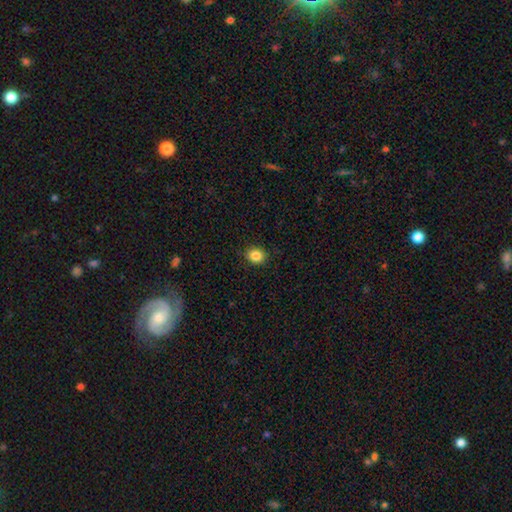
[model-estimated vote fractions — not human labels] A smooth galaxy with no disk features (85%) that is round (65%).

Vote fractions:
- Smooth or featured? smooth: 85% / star or artifact: 10% / featured or disk: 4%
- How rounded? round: 65% / in between: 34% / cigar-shaped: 1%
- Merging? none: 90% / minor disturbance: 7% / major disturbance: 2% / merger: 1%